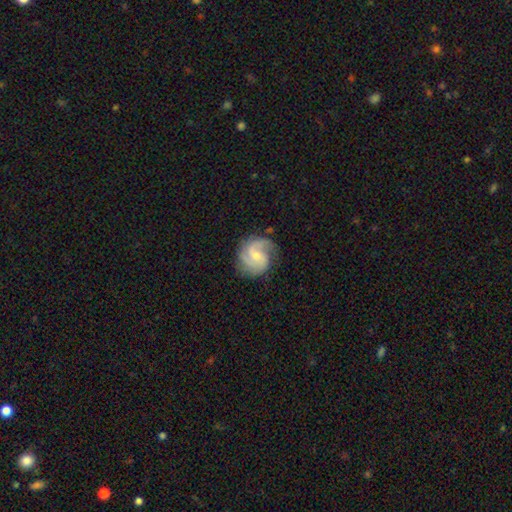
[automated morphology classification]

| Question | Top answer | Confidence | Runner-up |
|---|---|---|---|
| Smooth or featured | featured or disk | 82% | smooth (12%) |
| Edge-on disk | no | 98% | yes (2%) |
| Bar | no | 47% | weak (45%) |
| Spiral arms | yes | 97% | no (3%) |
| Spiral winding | medium | 49% | tight (32%) |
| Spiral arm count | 2 | 45% | 3 (29%) |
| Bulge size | small | 56% | moderate (36%) |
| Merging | none | 73% | minor disturbance (18%) |